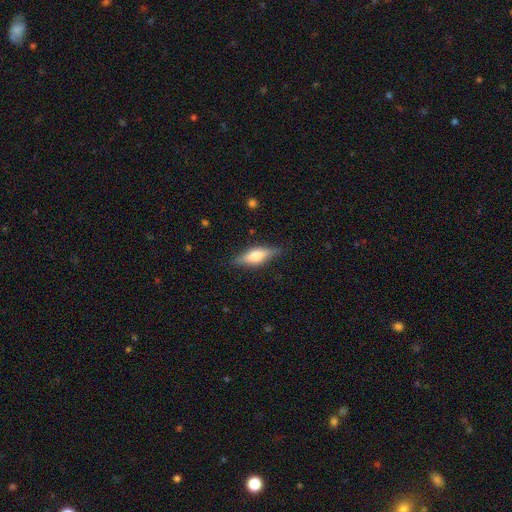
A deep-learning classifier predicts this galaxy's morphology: A smooth galaxy with no disk features (51%) that is in between round and cigar-shaped (52%).

Vote fractions:
- Smooth or featured? smooth: 51% / featured or disk: 43% / star or artifact: 7%
- How rounded? in between: 52% / cigar-shaped: 45% / round: 3%
- Merging? none: 83% / minor disturbance: 13% / major disturbance: 3% / merger: 1%